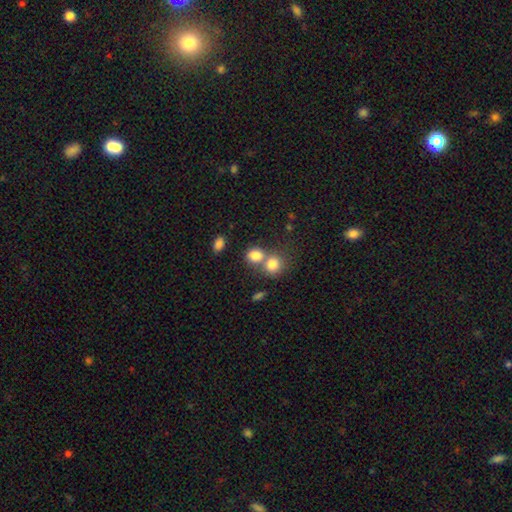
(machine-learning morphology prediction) The model was most divided on "merging": merger: 47%, none: 42%, minor disturbance: 8%, major disturbance: 4%. More confident: smooth or featured — smooth (81%); how rounded — round (64%).